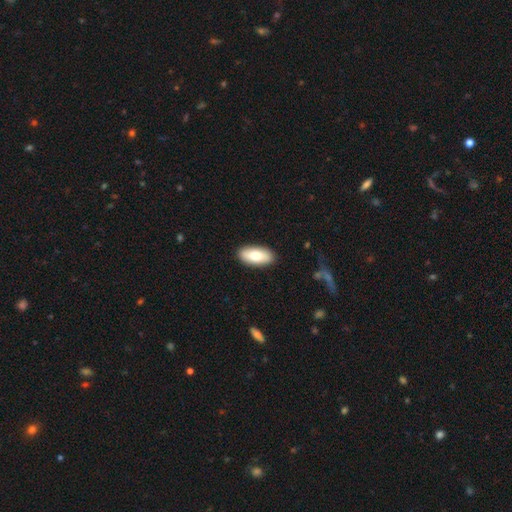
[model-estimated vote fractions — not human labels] smooth-or-featured: smooth: 78% | featured or disk: 17% | star or artifact: 6%
  how-rounded: in between: 89% | cigar-shaped: 9% | round: 2%
  merging: none: 89% | minor disturbance: 8% | major disturbance: 2% | merger: 1%